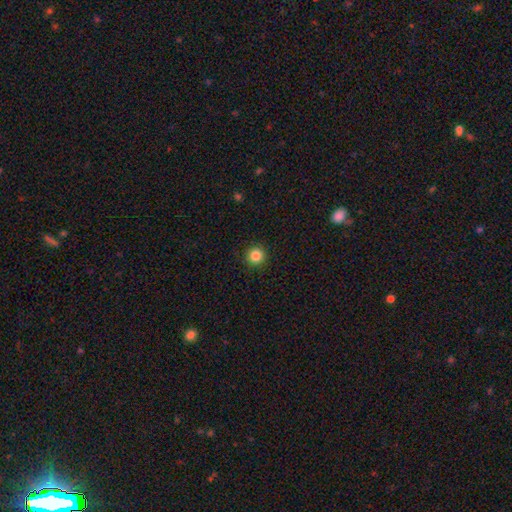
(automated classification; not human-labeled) smooth-or-featured: smooth: 85% | star or artifact: 11% | featured or disk: 4%
  how-rounded: round: 96% | in between: 3% | cigar-shaped: 1%
  merging: none: 93% | minor disturbance: 4% | major disturbance: 2% | merger: 1%